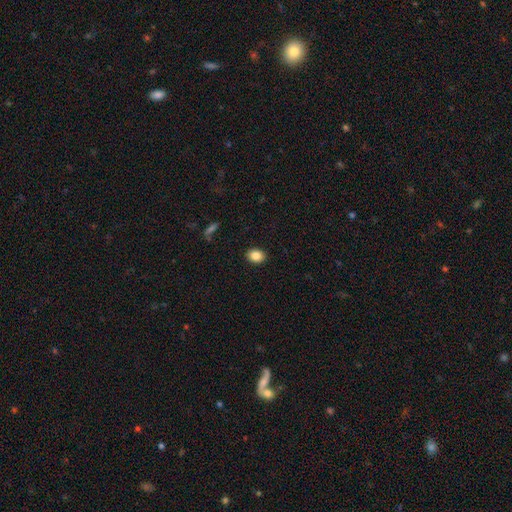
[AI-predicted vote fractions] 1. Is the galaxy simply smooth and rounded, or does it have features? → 86% smooth, 9% star or artifact, 5% featured or disk.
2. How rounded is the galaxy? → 59% in between, 40% round, 1% cigar-shaped.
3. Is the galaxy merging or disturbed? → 90% none, 7% minor disturbance, 2% major disturbance, 1% merger.